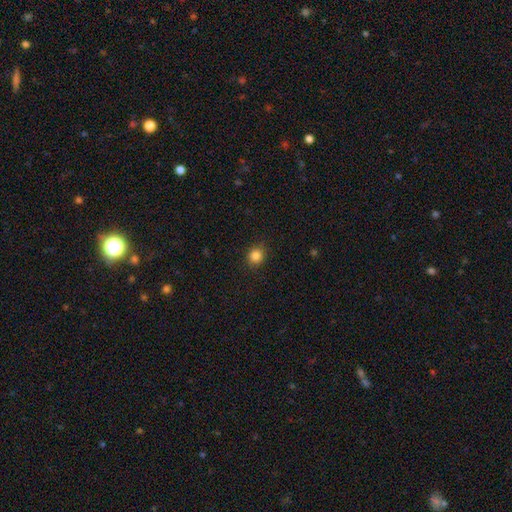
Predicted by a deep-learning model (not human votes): Smooth or featured? Predicted: smooth (p=0.85). How rounded? Predicted: round (p=0.82). Merging? Predicted: none (p=0.89).